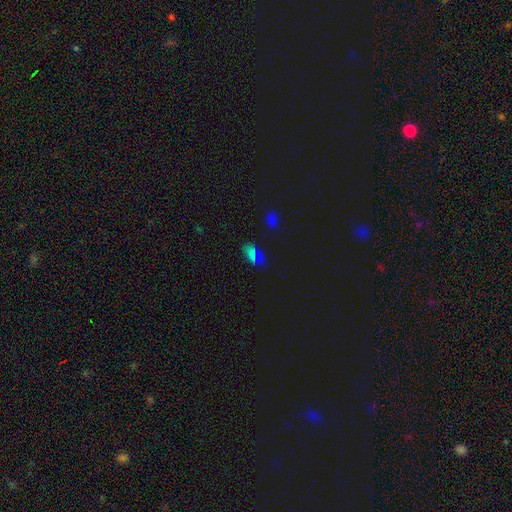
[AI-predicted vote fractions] smooth 54%, star or artifact 37%, featured or disk 9%. Down the decision tree: how rounded — in between (84%); merging — none (77%).